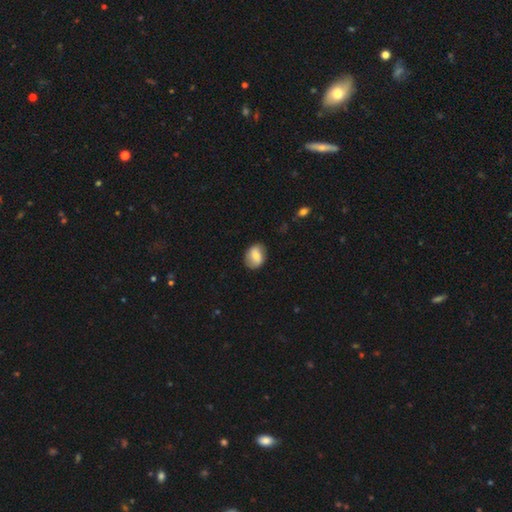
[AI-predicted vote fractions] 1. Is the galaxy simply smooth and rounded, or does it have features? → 67% smooth, 26% featured or disk, 7% star or artifact.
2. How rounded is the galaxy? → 62% in between, 37% round, 1% cigar-shaped.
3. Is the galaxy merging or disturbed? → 81% none, 14% minor disturbance, 3% major disturbance, 1% merger.